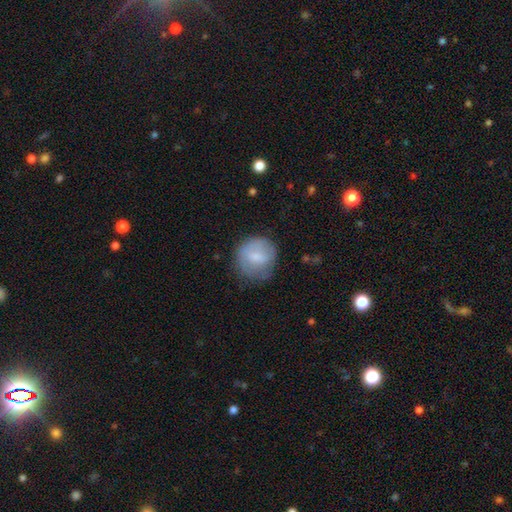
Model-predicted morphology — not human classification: Smooth or featured: smooth — 69% (featured or disk — 24%)
How rounded: round — 87% (in between — 12%)
Merging: none — 63% (minor disturbance — 25%)